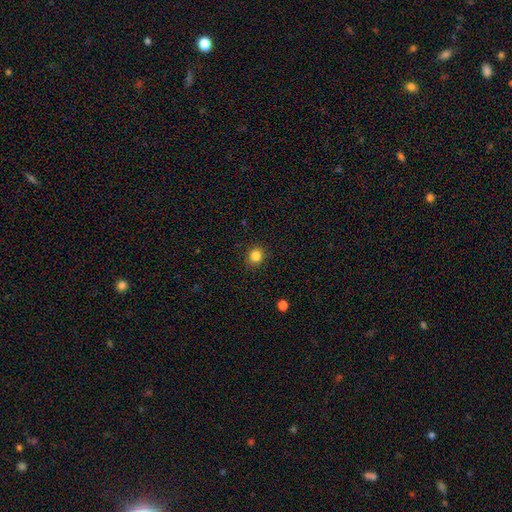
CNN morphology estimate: A smooth galaxy with no disk features (84%) that is round (85%). Merging: none (89%).